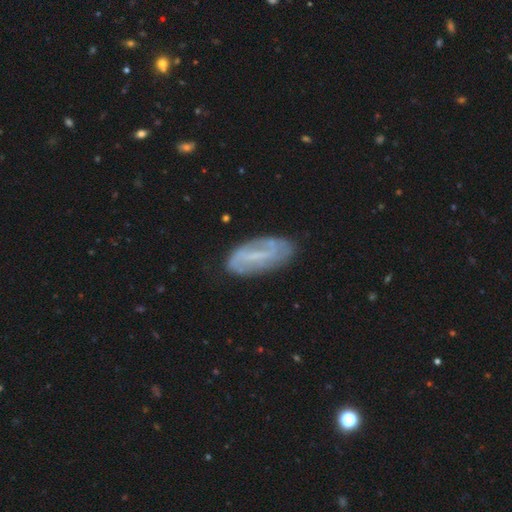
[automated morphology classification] Overall: featured or disk (66%; smooth 26%). Edge-on disk: no (90%). Bar: strong (49%; weak 35%). Spiral arms: yes (70%; no 30%). Bulge size: small (43%; none 42%). Merging: none (76%).